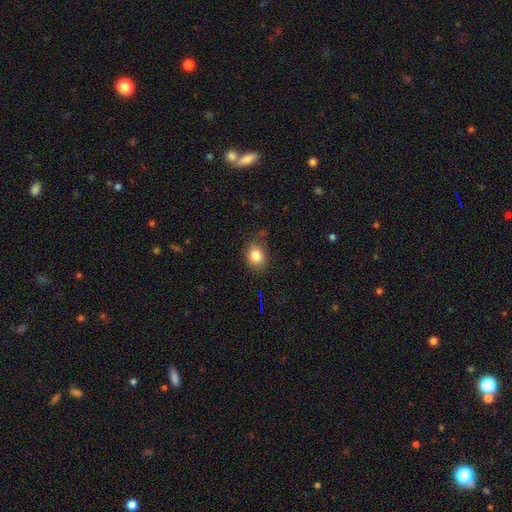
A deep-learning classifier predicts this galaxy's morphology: smooth-or-featured: smooth: 84% | star or artifact: 10% | featured or disk: 6%
  how-rounded: in between: 50% | round: 49% | cigar-shaped: 1%
  merging: none: 79% | minor disturbance: 15% | major disturbance: 4% | merger: 2%